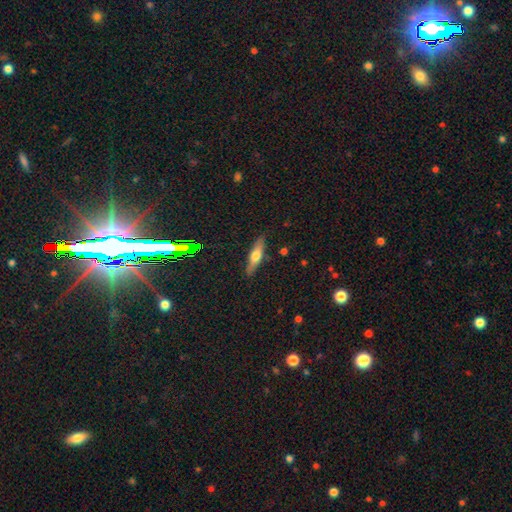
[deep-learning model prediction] smooth 49%, featured or disk 43%, star or artifact 8%. Down the decision tree: merging — none (86%).